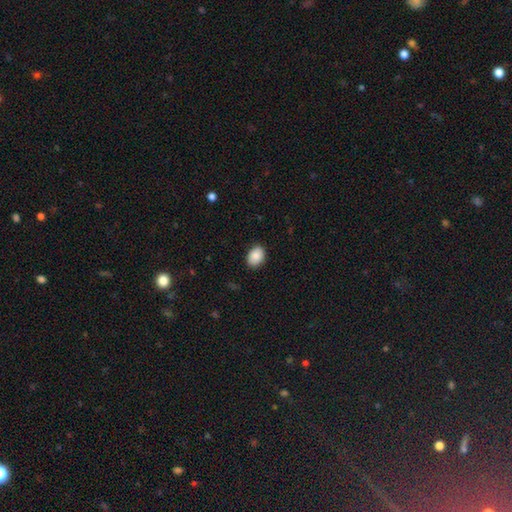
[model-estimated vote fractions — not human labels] This is clearly a smooth galaxy (88%). How rounded: likely in between (77%). Merging: clearly none (87%).